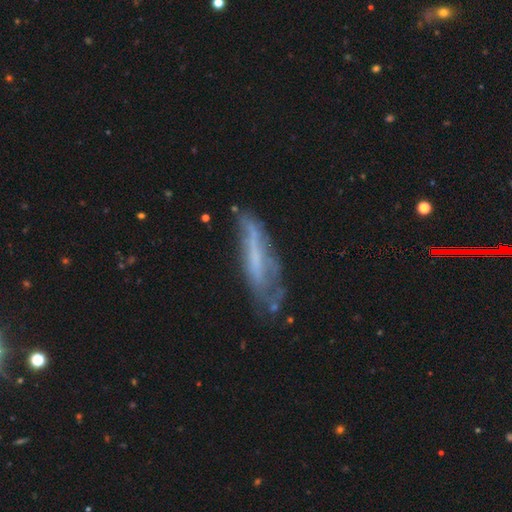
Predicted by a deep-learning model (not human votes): Morphology: type=featured or disk (55%); edge-on=no (57%); merging=none (50%).